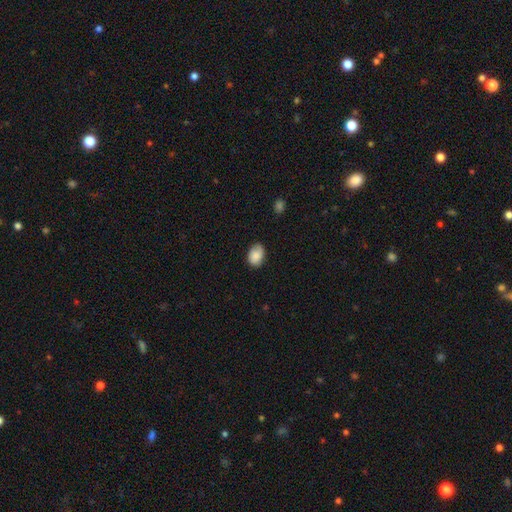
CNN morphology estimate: A smooth galaxy with no disk features (83%) that is in between round and cigar-shaped (79%).

Vote fractions:
- Smooth or featured? smooth: 83% / featured or disk: 9% / star or artifact: 7%
- How rounded? in between: 79% / round: 20% / cigar-shaped: 1%
- Merging? none: 76% / minor disturbance: 20% / major disturbance: 3% / merger: 1%